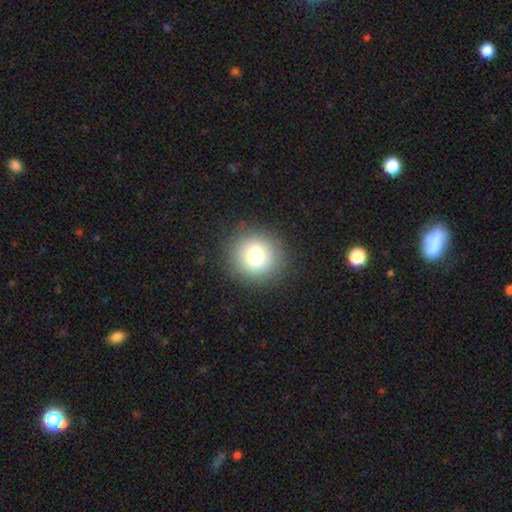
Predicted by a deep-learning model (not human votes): smooth_or_featured: smooth (p=0.79) [alt: star or artifact p=0.11]
how_rounded: round (p=0.91) [alt: in between p=0.08]
merging: none (p=0.89) [alt: minor disturbance p=0.07]